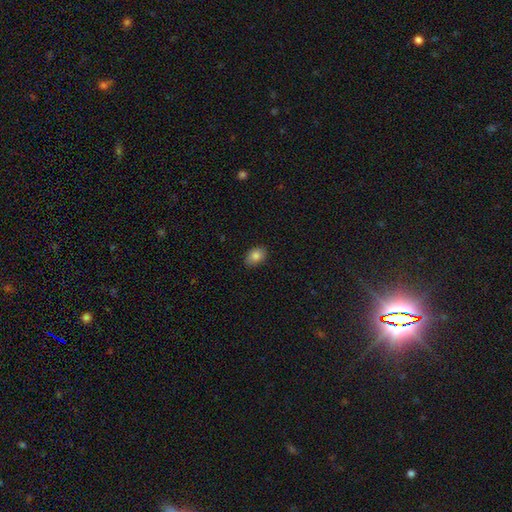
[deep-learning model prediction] Smooth or featured? smooth (84%)
How rounded? in between (83%)
Merging? none (86%)